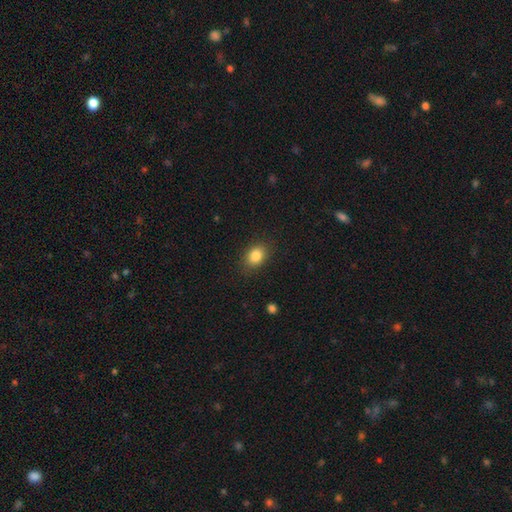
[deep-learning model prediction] A smooth galaxy with no disk features (85%) that is in between round and cigar-shaped (68%).

Vote fractions:
- Smooth or featured? smooth: 85% / star or artifact: 9% / featured or disk: 6%
- How rounded? in between: 68% / round: 31% / cigar-shaped: 1%
- Merging? none: 85% / minor disturbance: 11% / major disturbance: 3% / merger: 1%